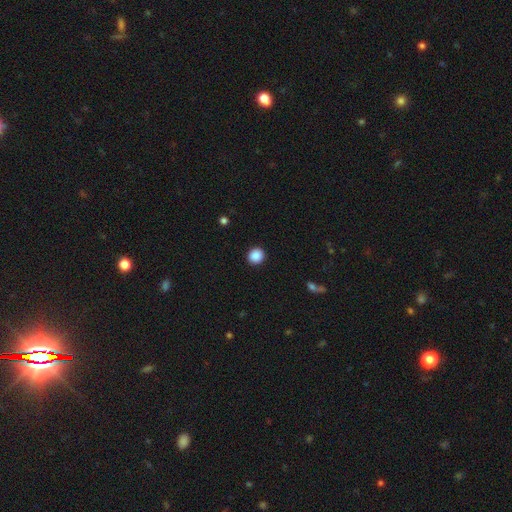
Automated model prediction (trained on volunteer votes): smooth 88%, star or artifact 9%, featured or disk 3%. Down the decision tree: how rounded — round (87%); merging — none (92%).